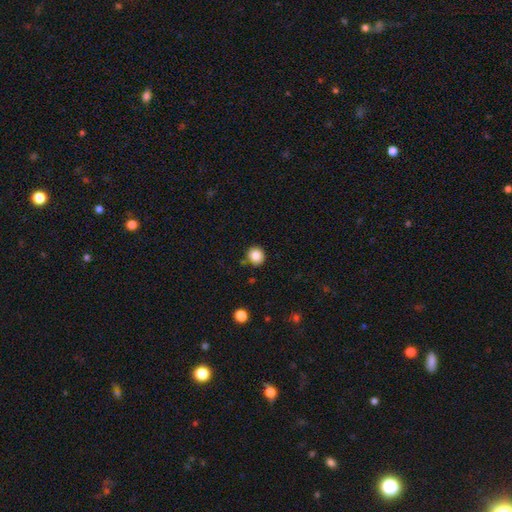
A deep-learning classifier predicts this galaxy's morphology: A smooth galaxy with no disk features (86%) that is round (88%). Merging: none (86%).